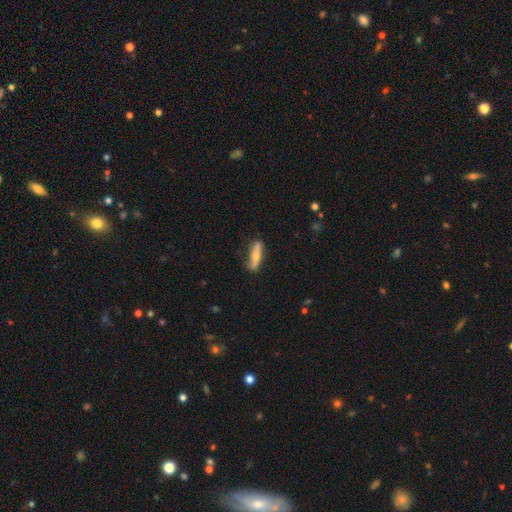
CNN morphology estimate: Smooth or featured?
  - smooth: 50% *
  - featured or disk: 44%
  - star or artifact: 6%
How rounded?
  - cigar-shaped: 70% *
  - in between: 28%
  - round: 3%
Merging?
  - none: 78% *
  - minor disturbance: 17%
  - major disturbance: 3%
  - merger: 2%